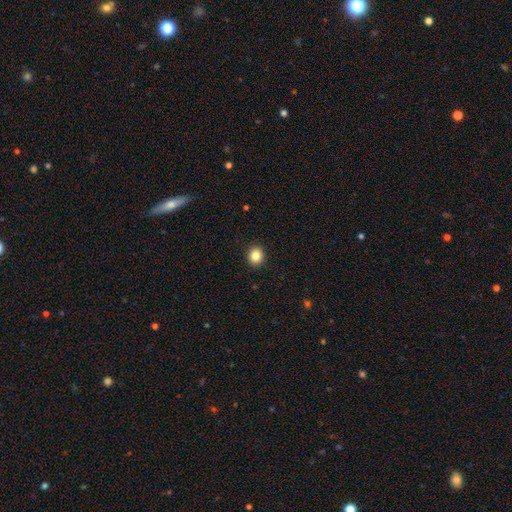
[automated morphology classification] smooth 86%, star or artifact 10%, featured or disk 4%. Down the decision tree: how rounded — round (80%); merging — none (92%).